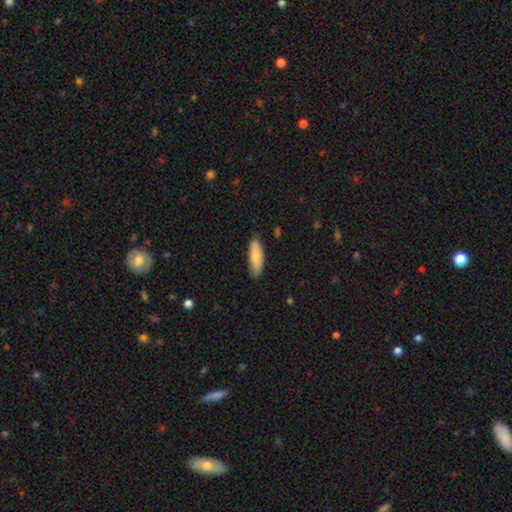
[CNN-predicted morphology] A smooth galaxy with no disk features (80%) that is in between round and cigar-shaped (56%).

Vote fractions:
- Smooth or featured? smooth: 80% / featured or disk: 14% / star or artifact: 6%
- How rounded? in between: 56% / cigar-shaped: 42% / round: 2%
- Merging? none: 84% / minor disturbance: 13% / major disturbance: 2% / merger: 1%